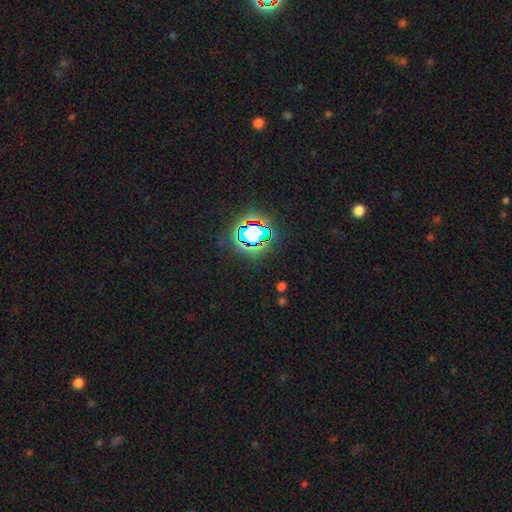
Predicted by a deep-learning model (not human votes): Smooth or featured? star or artifact (78%)